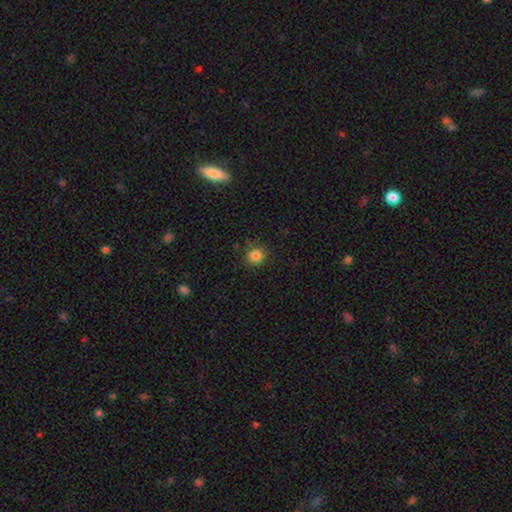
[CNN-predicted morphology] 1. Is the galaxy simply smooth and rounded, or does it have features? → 85% smooth, 12% star or artifact, 4% featured or disk.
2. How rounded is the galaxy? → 92% round, 7% in between, 1% cigar-shaped.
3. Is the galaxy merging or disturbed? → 87% none, 9% minor disturbance, 3% major disturbance, 2% merger.